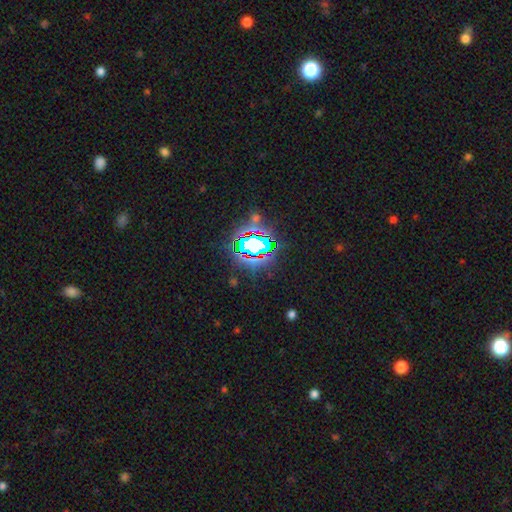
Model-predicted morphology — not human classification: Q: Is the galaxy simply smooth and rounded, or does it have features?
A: star or artifact — 81%.